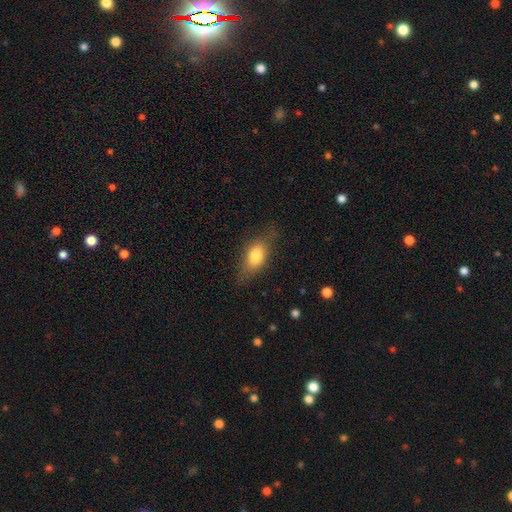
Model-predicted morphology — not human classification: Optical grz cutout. It shows a smooth galaxy with no disk features (73%) that is in between round and cigar-shaped (78%). Merging: none (71%).